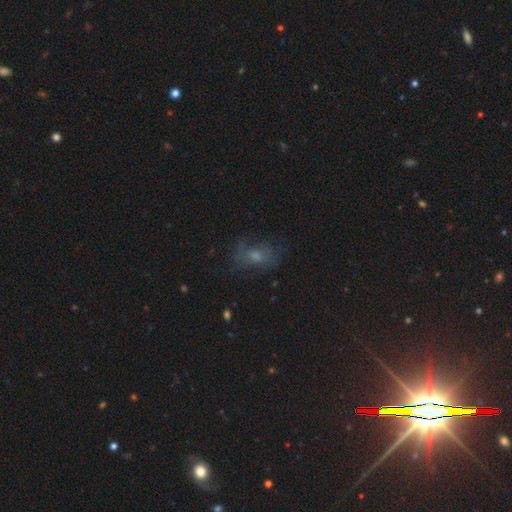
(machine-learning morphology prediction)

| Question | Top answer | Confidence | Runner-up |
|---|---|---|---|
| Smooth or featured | smooth | 43% | featured or disk (37%) |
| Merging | none | 59% | minor disturbance (21%) |